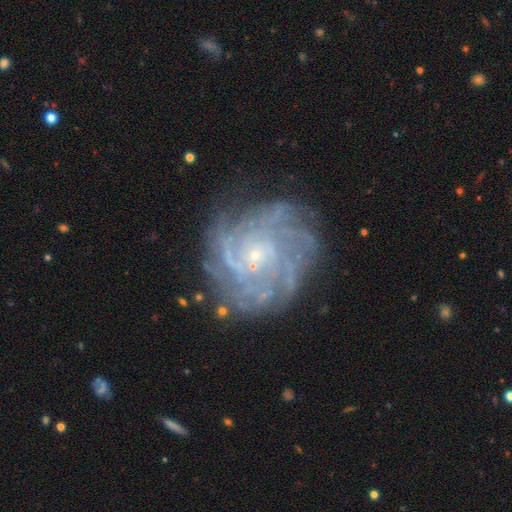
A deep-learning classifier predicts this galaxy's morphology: featured or disk 86%, star or artifact 8%, smooth 6%. Down the decision tree: edge-on disk — no (98%); bar — no (71%); spiral arms — yes (96%); spiral arm count — can't tell (28%); spiral winding — tight (69%); bulge size — small (84%); merging — none (74%).